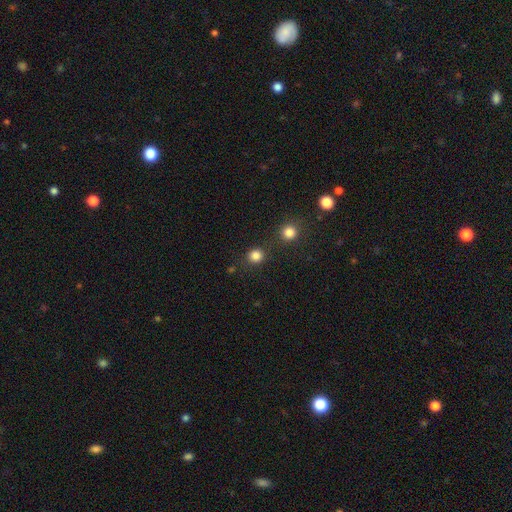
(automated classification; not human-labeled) smooth_or_featured: smooth (p=0.83) [alt: star or artifact p=0.14]
how_rounded: round (p=0.88) [alt: in between p=0.11]
merging: none (p=0.81) [alt: minor disturbance p=0.08]